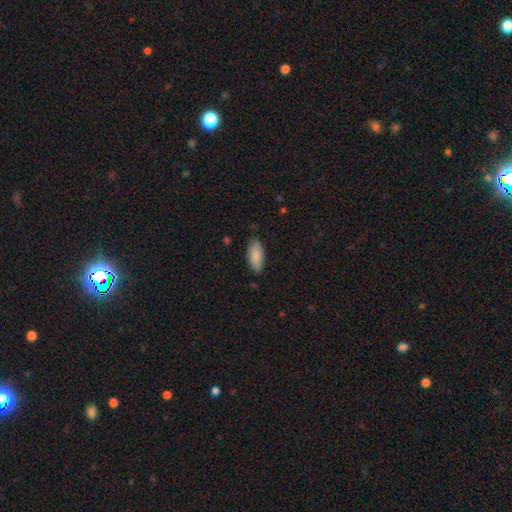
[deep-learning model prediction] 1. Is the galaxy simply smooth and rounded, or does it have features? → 86% smooth, 8% featured or disk, 6% star or artifact.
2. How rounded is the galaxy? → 83% in between, 15% cigar-shaped, 2% round.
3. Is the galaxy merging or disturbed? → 83% none, 14% minor disturbance, 2% major disturbance, 1% merger.